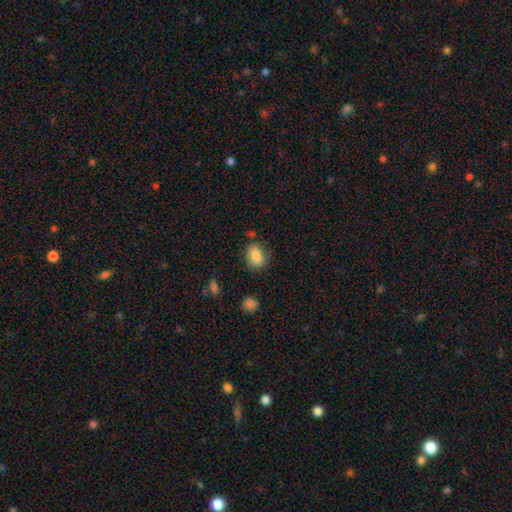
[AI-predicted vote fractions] Smooth or featured: smooth — 83% (featured or disk — 8%)
How rounded: in between — 75% (round — 24%)
Merging: none — 77% (minor disturbance — 15%)